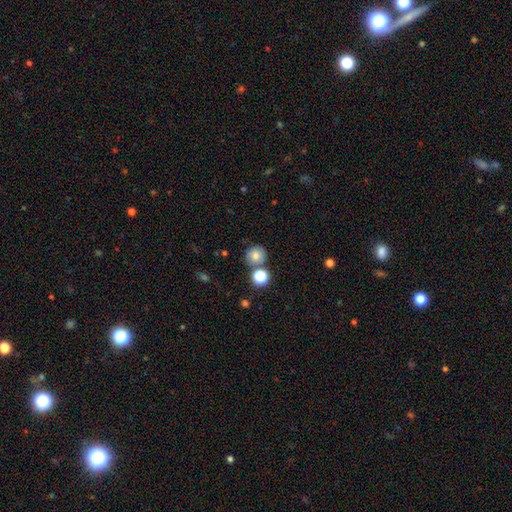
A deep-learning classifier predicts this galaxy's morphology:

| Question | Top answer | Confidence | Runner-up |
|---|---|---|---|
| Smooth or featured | smooth | 75% | star or artifact (14%) |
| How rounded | round | 91% | in between (8%) |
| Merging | none | 71% | merger (17%) |